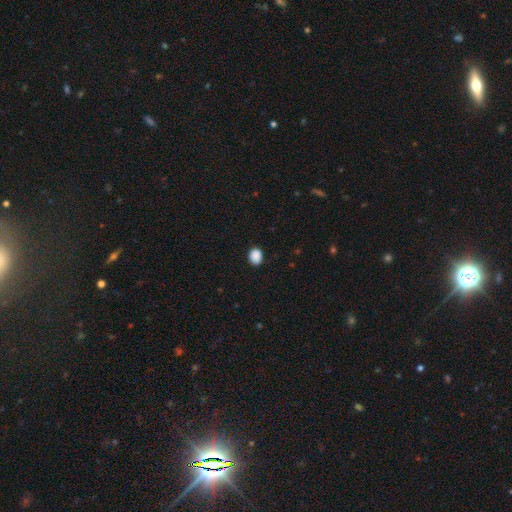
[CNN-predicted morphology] Q: Smooth or featured?
A: smooth (89%); runner-up: star or artifact (8%)
Q: How rounded?
A: in between (55%); runner-up: round (44%)
Q: Merging?
A: none (88%); runner-up: minor disturbance (9%)